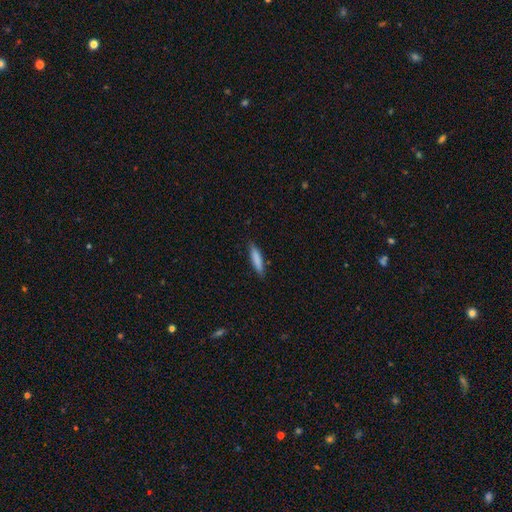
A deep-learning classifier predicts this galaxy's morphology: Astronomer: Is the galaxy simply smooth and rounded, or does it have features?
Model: smooth — 81%.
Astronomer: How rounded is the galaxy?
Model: cigar-shaped — 86%.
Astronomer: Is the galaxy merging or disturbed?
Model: none — 87%.